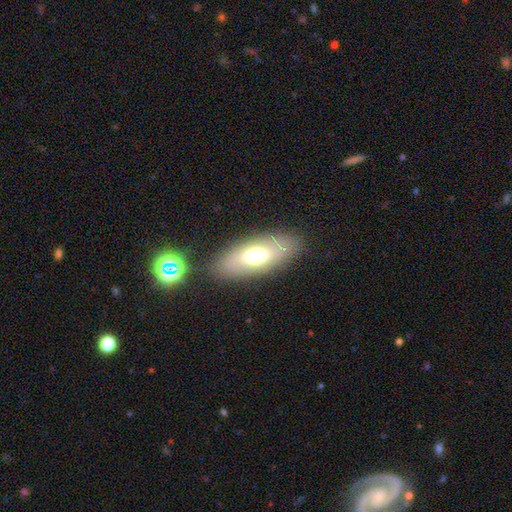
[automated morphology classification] smooth 60%, featured or disk 31%, star or artifact 8%. Down the decision tree: how rounded — in between (80%); merging — none (81%).